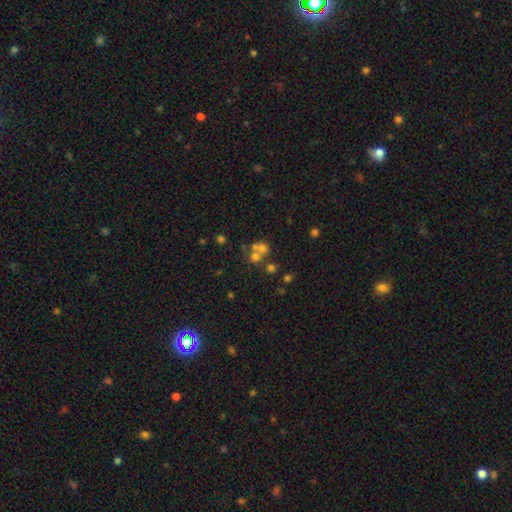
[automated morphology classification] Overall: smooth (53%; featured or disk 24%). How rounded: round (78%). Merging: merger (50%; none 37%).